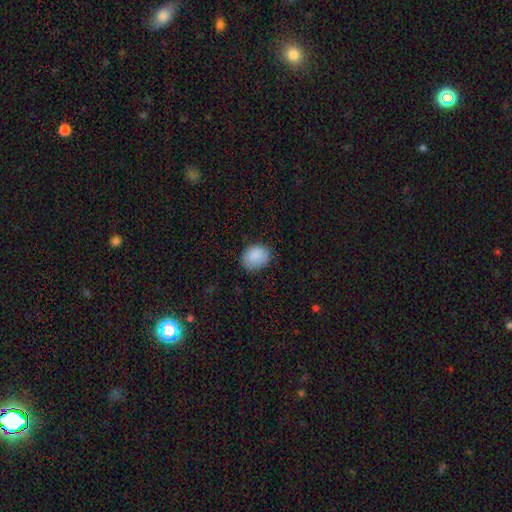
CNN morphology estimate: The model was most divided on "how rounded": in between: 50%, round: 49%, cigar-shaped: 1%. More confident: smooth or featured — smooth (88%); merging — none (81%).